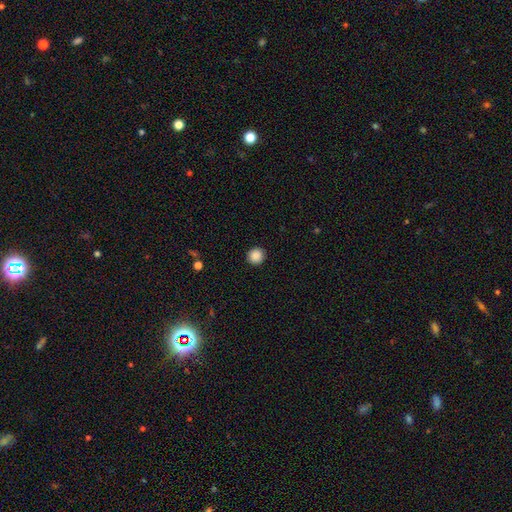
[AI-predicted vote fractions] Smooth or featured? Predicted: smooth (p=0.88). How rounded? Predicted: round (p=0.94). Merging? Predicted: none (p=0.92).